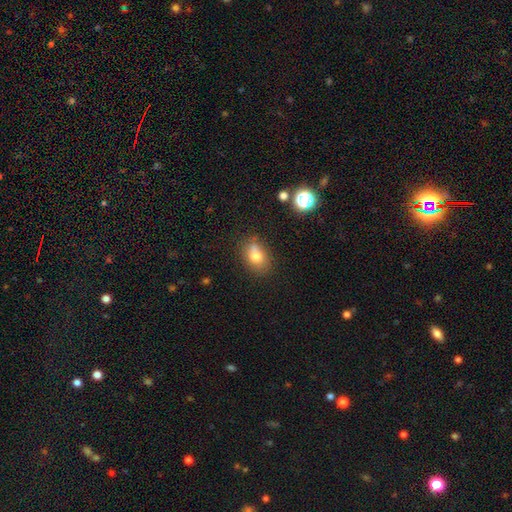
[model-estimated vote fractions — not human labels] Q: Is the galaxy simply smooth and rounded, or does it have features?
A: smooth — 75%.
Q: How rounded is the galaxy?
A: in between — 72%.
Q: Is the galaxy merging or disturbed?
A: none — 58%.